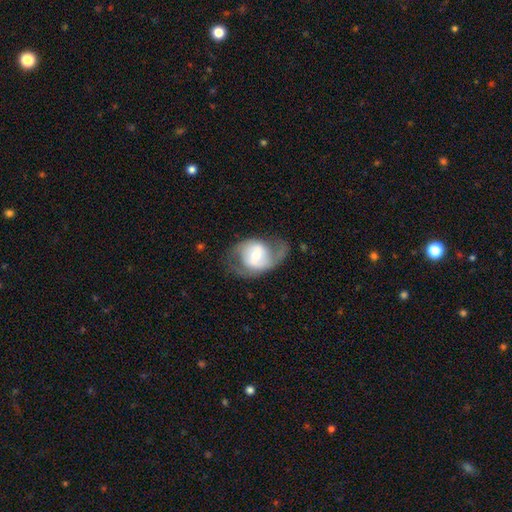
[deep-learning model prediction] A featured or disk galaxy (66%) with a weak bar (39%), spiral arms (71%) and a moderate central bulge (55%).

Vote fractions:
- Smooth or featured? featured or disk: 66% / smooth: 28% / star or artifact: 6%
- Edge-on disk? no: 95% / yes: 5%
- Bar? weak: 39% / no: 38% / strong: 23%
- Spiral arms? yes: 71% / no: 29%
- Bulge size? moderate: 55% / small: 34% / large: 8% / dominant: 2% / none: 1%
- Merging? none: 59% / minor disturbance: 20% / major disturbance: 19% / merger: 2%